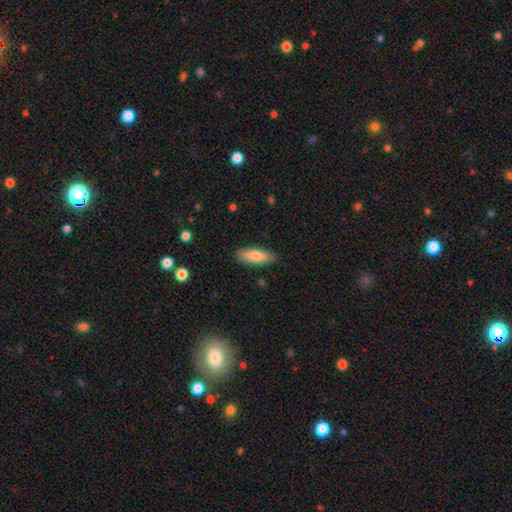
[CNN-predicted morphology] This appears to be a smooth galaxy with no disk features (73%) that is in between round and cigar-shaped (54%). Merging: none (86%).